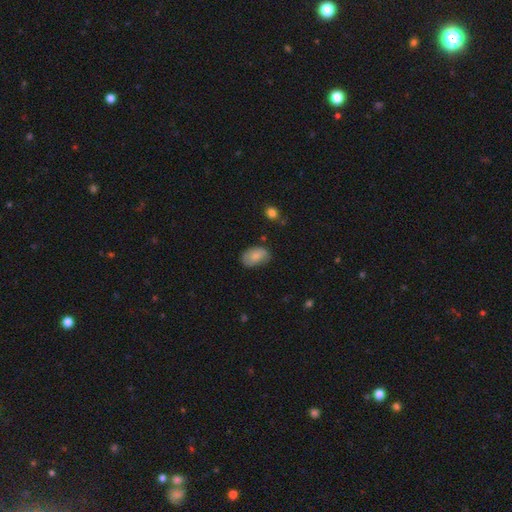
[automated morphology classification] type=smooth (77%); roundness=in between (90%); merging=none (70%).